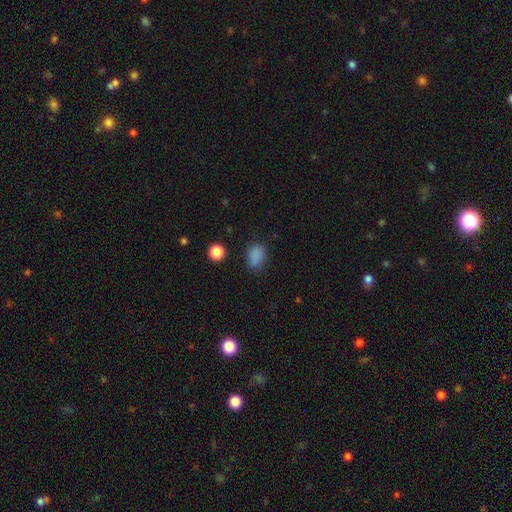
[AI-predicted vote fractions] smooth_or_featured: smooth (p=0.82) [alt: star or artifact p=0.14]
how_rounded: in between (p=0.74) [alt: round p=0.24]
merging: none (p=0.74) [alt: minor disturbance p=0.19]